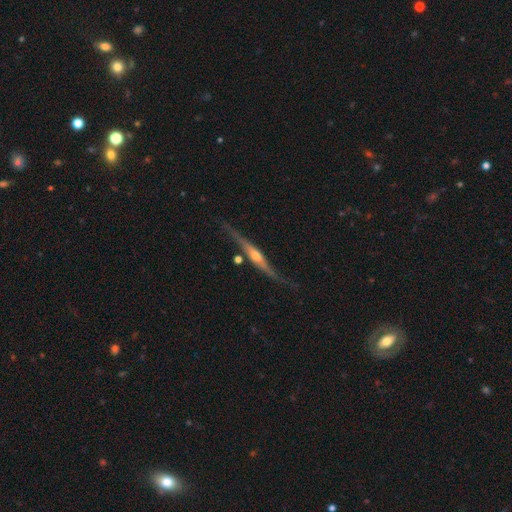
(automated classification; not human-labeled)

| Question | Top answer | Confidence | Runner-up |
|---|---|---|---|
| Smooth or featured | featured or disk | 82% | smooth (13%) |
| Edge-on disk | yes | 94% | no (6%) |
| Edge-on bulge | rounded | 86% | none (8%) |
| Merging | none | 72% | minor disturbance (18%) |